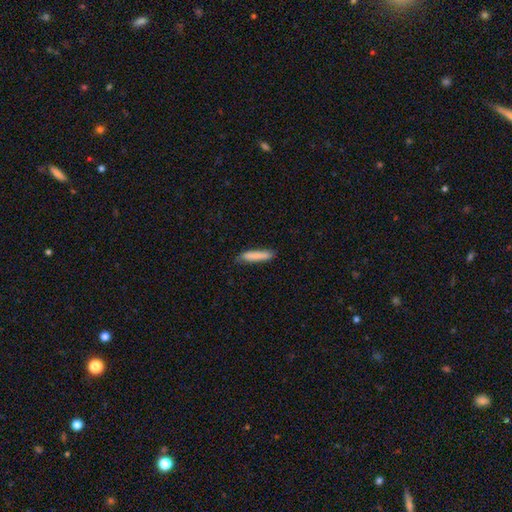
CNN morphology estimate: A smooth galaxy with no disk features (85%) that is cigar-shaped (86%).

Vote fractions:
- Smooth or featured? smooth: 85% / featured or disk: 9% / star or artifact: 6%
- How rounded? cigar-shaped: 86% / in between: 13% / round: 1%
- Merging? none: 83% / minor disturbance: 14% / major disturbance: 2% / merger: 1%